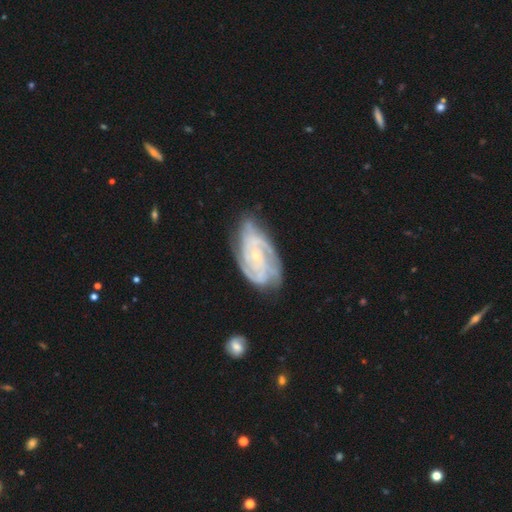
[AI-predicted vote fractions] smooth_or_featured: featured or disk (p=0.87) [alt: smooth p=0.08]
disk_edge_on: no (p=0.96) [alt: yes p=0.04]
bar: no (p=0.64) [alt: weak p=0.28]
has_spiral_arms: yes (p=0.97) [alt: no p=0.03]
spiral_winding: tight (p=0.64) [alt: medium p=0.30]
spiral_arm_count: 3 (p=0.33) [alt: 2 p=0.24]
bulge_size: small (p=0.75) [alt: moderate p=0.20]
merging: none (p=0.68) [alt: minor disturbance p=0.23]